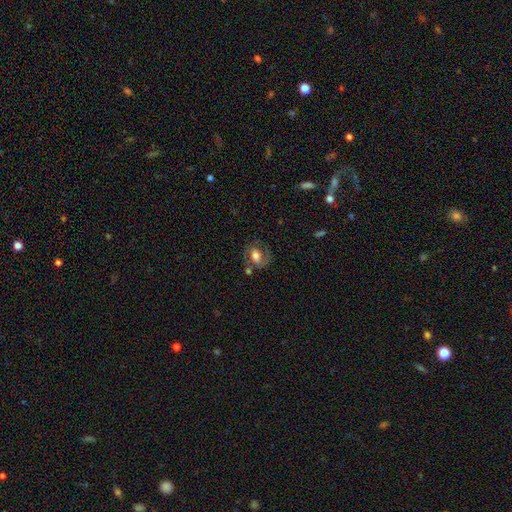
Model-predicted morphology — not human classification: smooth-or-featured: featured or disk: 49% | smooth: 42% | star or artifact: 9%
  merging: none: 60% | minor disturbance: 20% | major disturbance: 12% | merger: 8%